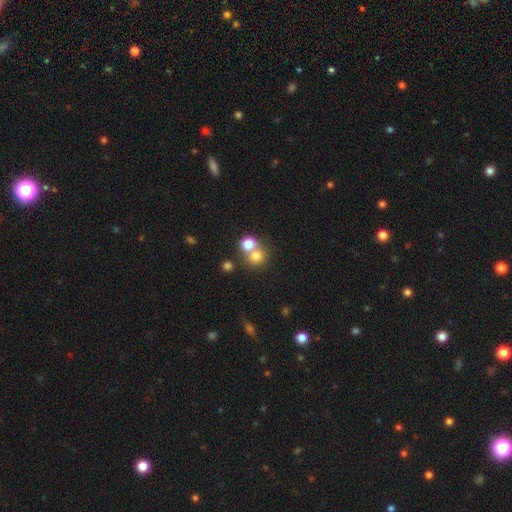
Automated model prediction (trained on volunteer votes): This appears to be a smooth galaxy with no disk features (74%) that is round (83%). Merging: merger (46%).